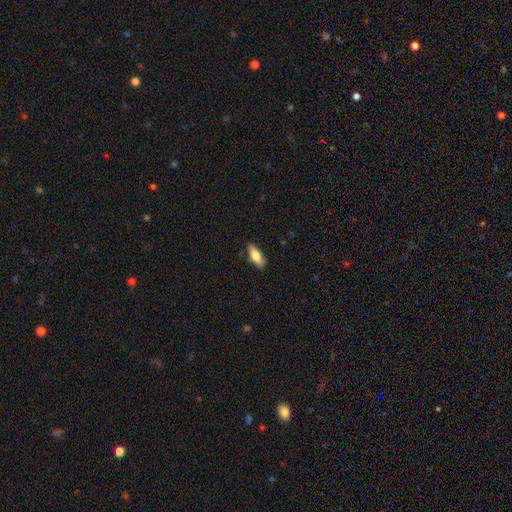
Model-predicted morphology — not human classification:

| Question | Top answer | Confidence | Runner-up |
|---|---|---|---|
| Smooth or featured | smooth | 70% | featured or disk (23%) |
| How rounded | in between | 71% | cigar-shaped (26%) |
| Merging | none | 80% | minor disturbance (16%) |